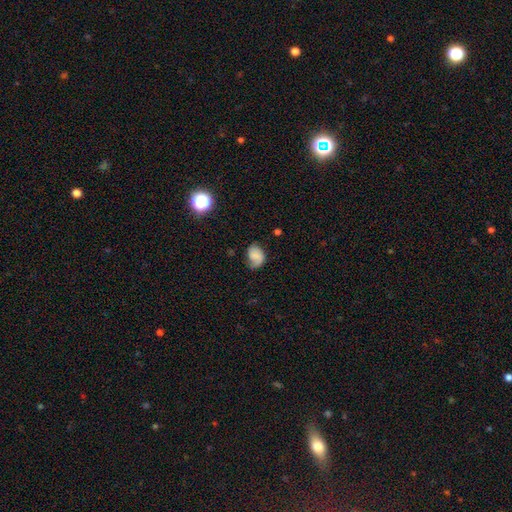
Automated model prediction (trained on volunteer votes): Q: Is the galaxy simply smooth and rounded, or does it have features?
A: smooth — 59%.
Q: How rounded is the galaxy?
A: in between — 66%.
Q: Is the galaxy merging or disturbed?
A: none — 51%.